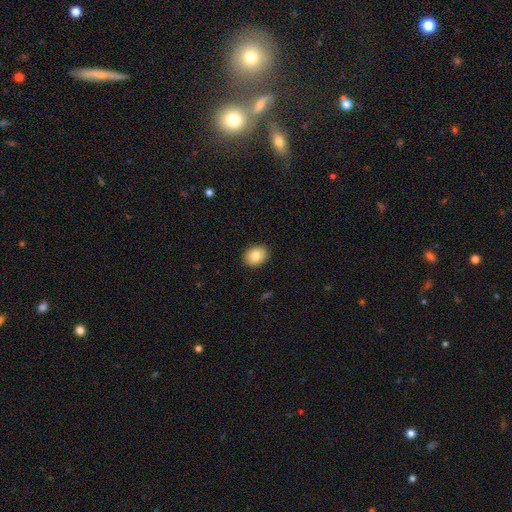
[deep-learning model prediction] smooth 83%, featured or disk 9%, star or artifact 8%. Down the decision tree: how rounded — in between (55%); merging — none (90%).